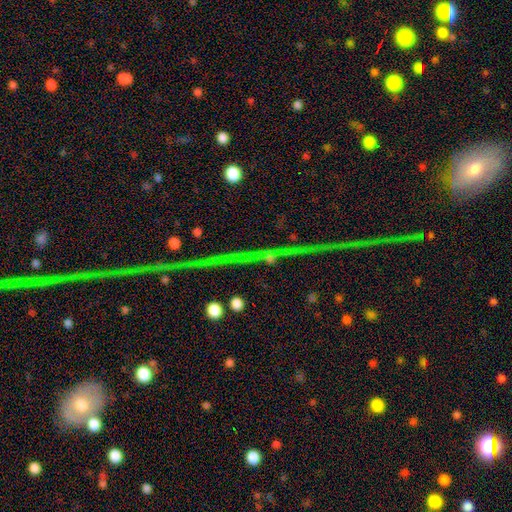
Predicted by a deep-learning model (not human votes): Smooth or featured? Predicted: star or artifact (p=0.74).